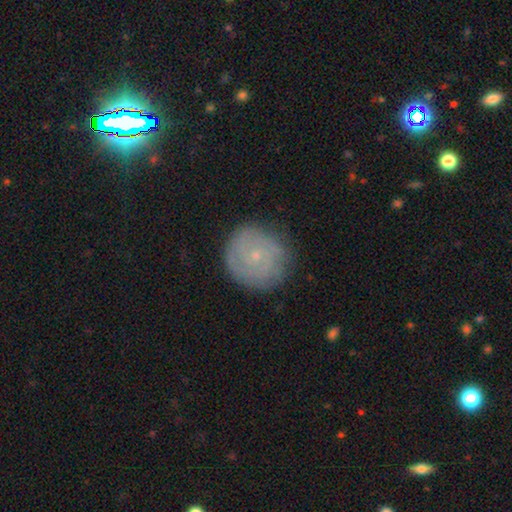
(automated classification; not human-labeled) Q: Smooth or featured?
A: featured or disk (58%); runner-up: smooth (31%)
Q: Edge-on disk?
A: no (97%); runner-up: yes (3%)
Q: Bar?
A: no (80%); runner-up: weak (17%)
Q: Spiral arms?
A: yes (83%); runner-up: no (17%)
Q: Bulge size?
A: small (83%); runner-up: moderate (12%)
Q: Merging?
A: none (83%); runner-up: minor disturbance (13%)